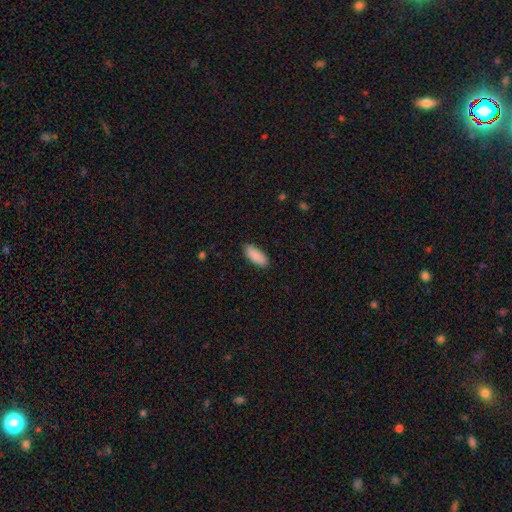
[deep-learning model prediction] This is clearly a smooth galaxy (90%). How rounded: clearly in between (83%). Merging: clearly none (88%).